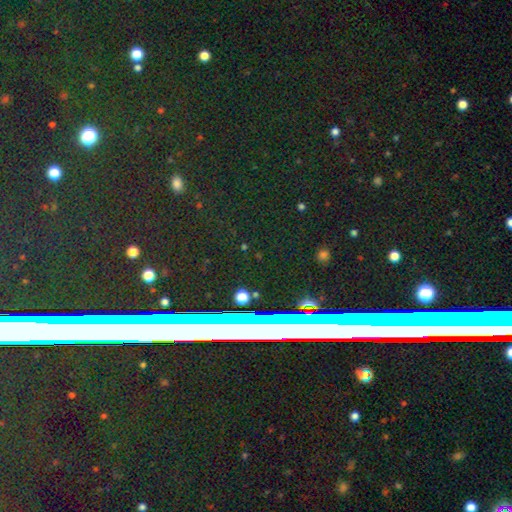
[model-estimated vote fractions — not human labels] star or artifact 80%, smooth 11%, featured or disk 9%.